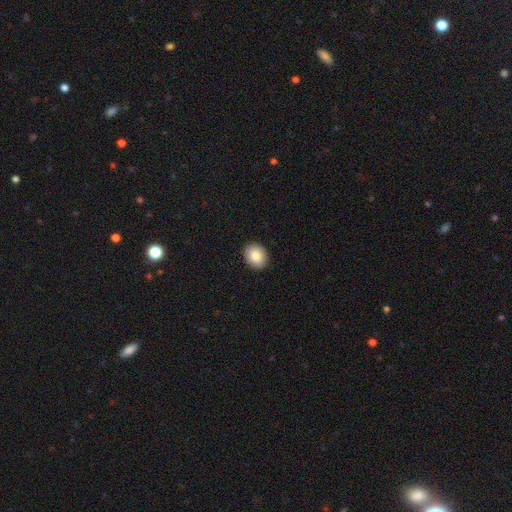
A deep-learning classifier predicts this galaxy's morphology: Overall: smooth (84%). How rounded: round (55%; in between 44%). Merging: none (91%).